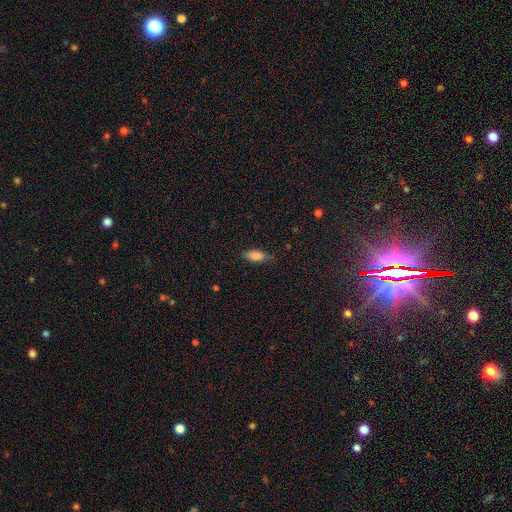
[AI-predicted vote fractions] Smooth or featured?
  - smooth: 81% *
  - featured or disk: 12%
  - star or artifact: 8%
How rounded?
  - in between: 76% *
  - cigar-shaped: 21%
  - round: 3%
Merging?
  - none: 75% *
  - minor disturbance: 21%
  - major disturbance: 4%
  - merger: 1%